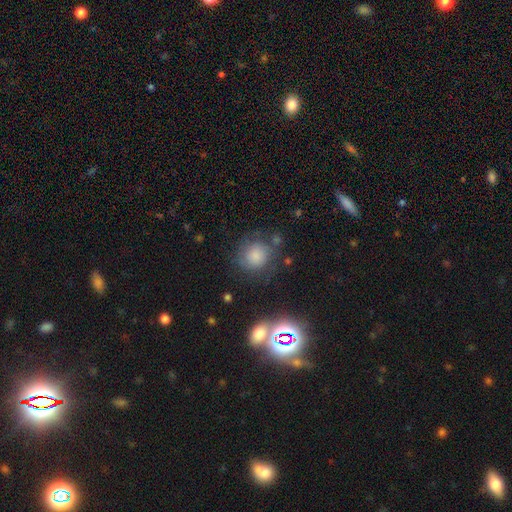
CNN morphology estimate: smooth-or-featured: smooth: 77% | featured or disk: 12% | star or artifact: 11%
  how-rounded: round: 86% | in between: 13% | cigar-shaped: 1%
  merging: none: 68% | minor disturbance: 18% | major disturbance: 9% | merger: 5%